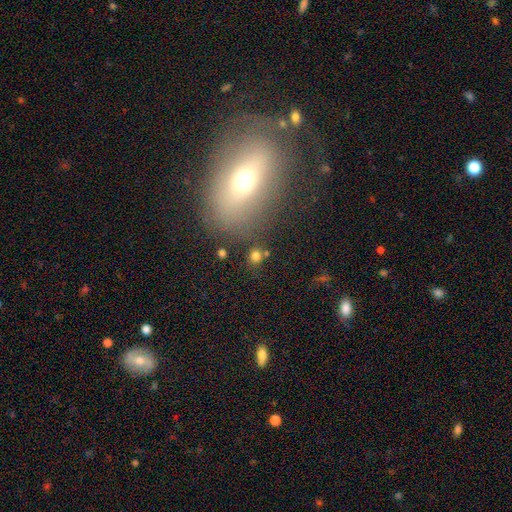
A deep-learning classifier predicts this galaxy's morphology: Smooth or featured? Predicted: smooth (p=0.76). How rounded? Predicted: round (p=0.77). Merging? Predicted: none (p=0.80).